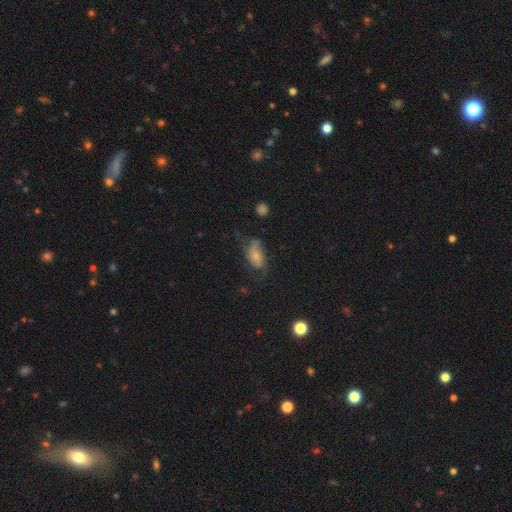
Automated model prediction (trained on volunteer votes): This appears to be a smooth galaxy with no disk features (48%). Merging: none (40%).